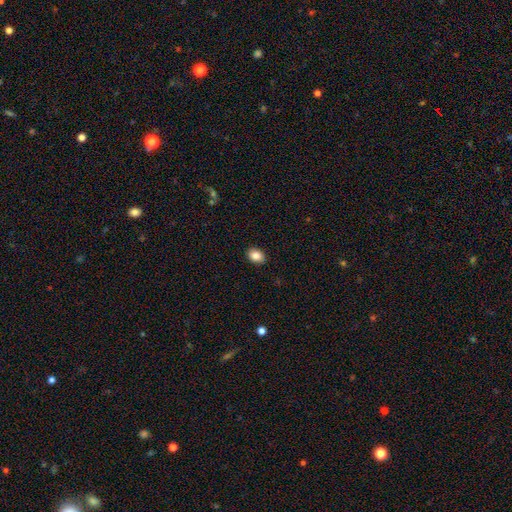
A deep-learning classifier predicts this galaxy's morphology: Smooth or featured? Predicted: smooth (p=0.85). How rounded? Predicted: in between (p=0.75). Merging? Predicted: none (p=0.90).